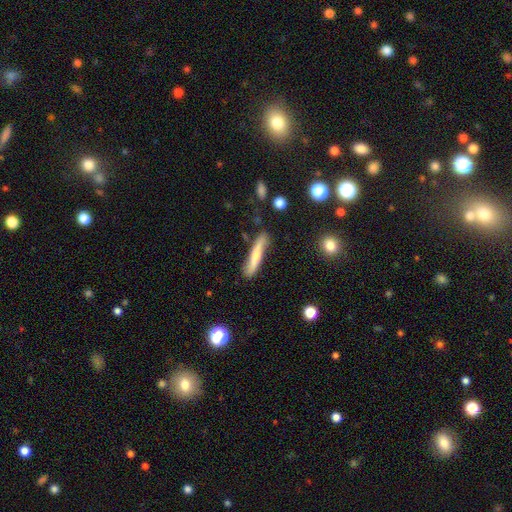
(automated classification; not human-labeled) smooth-or-featured: smooth: 64% | featured or disk: 30% | star or artifact: 6%
  how-rounded: cigar-shaped: 91% | in between: 8% | round: 2%
  merging: none: 72% | minor disturbance: 20% | major disturbance: 4% | merger: 3%